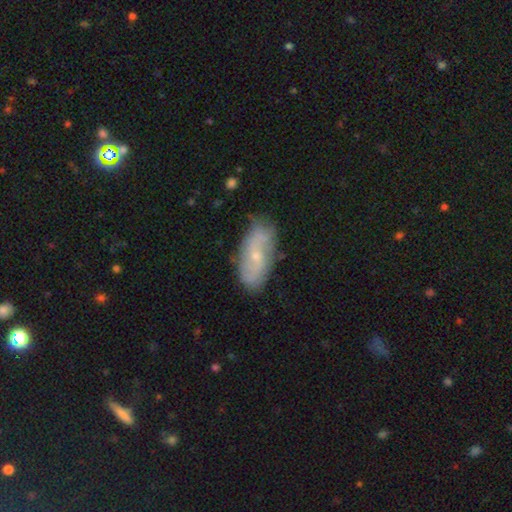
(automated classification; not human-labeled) Smooth or featured? featured or disk (58%)
Edge-on disk? no (89%)
Bar? no (67%)
Spiral arms? yes (74%)
Bulge size? small (74%)
Merging? none (73%)